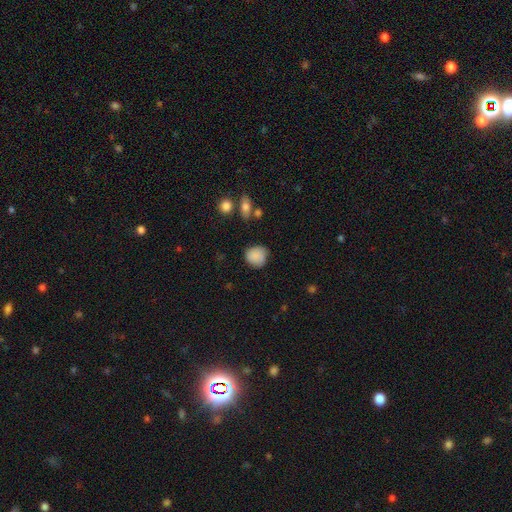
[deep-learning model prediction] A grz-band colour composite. It shows a smooth galaxy with no disk features (84%) that is round (80%). Merging: none (69%).